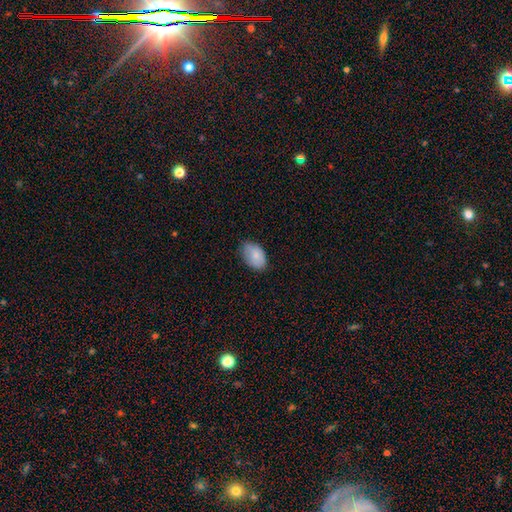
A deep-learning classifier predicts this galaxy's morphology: Smooth or featured? smooth (83%)
How rounded? in between (91%)
Merging? none (77%)